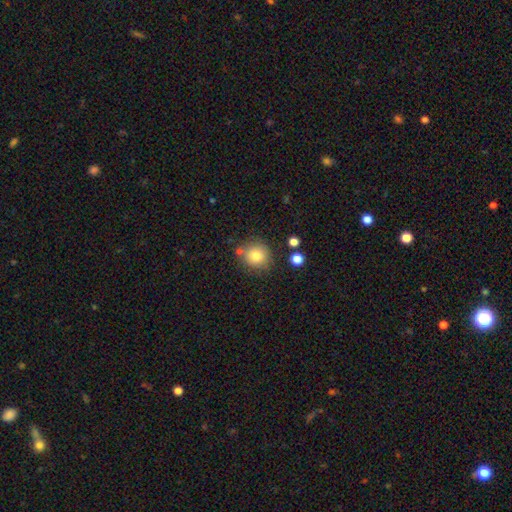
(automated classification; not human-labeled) The model was most divided on "merging": none: 77%, minor disturbance: 12%, merger: 8%, major disturbance: 3%. More confident: how rounded — round (90%); smooth or featured — smooth (80%).